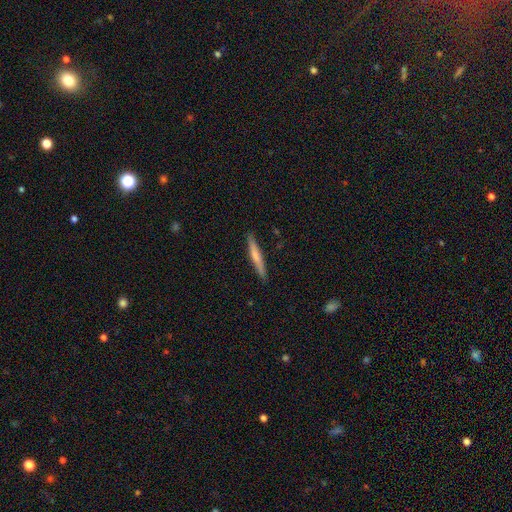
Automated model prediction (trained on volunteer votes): A smooth galaxy with no disk features (61%) that is cigar-shaped (95%). Merging: none (90%).